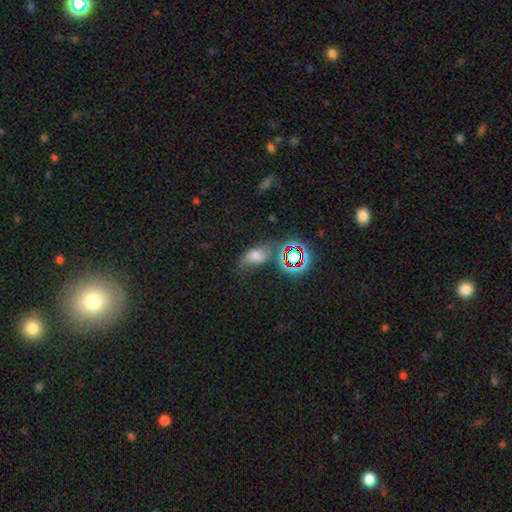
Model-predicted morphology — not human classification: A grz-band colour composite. It shows a smooth galaxy with no disk features (51%) that is in between round and cigar-shaped (84%). Merging: none (51%).